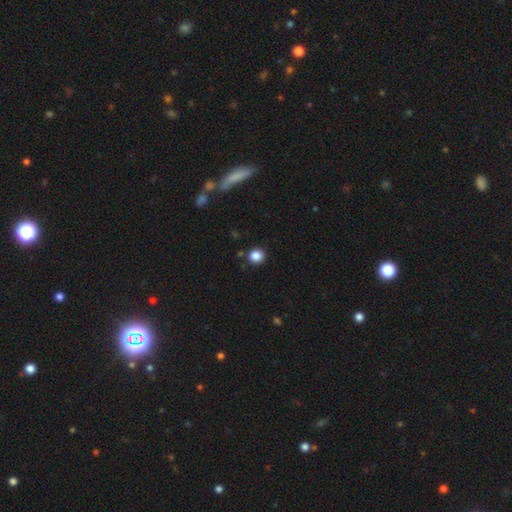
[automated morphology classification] Smooth or featured: smooth — 85% (star or artifact — 11%)
How rounded: round — 91% (in between — 8%)
Merging: none — 87% (minor disturbance — 8%)